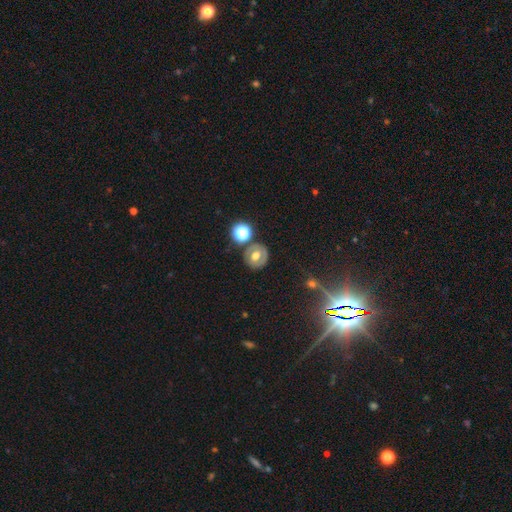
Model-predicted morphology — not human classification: type=smooth (49%); merging=none (76%).